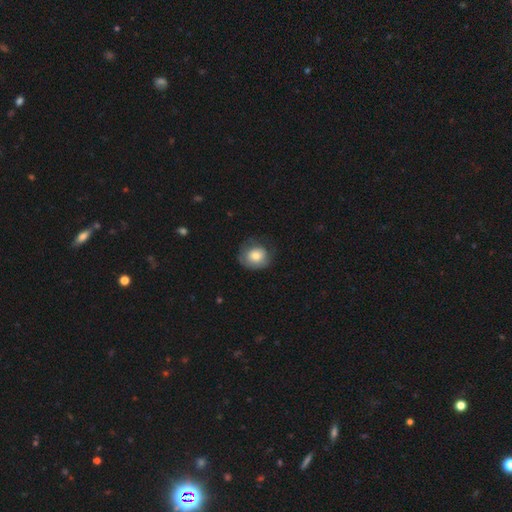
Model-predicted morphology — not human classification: This appears to be a smooth galaxy with no disk features (73%) that is round (76%). Merging: none (61%).